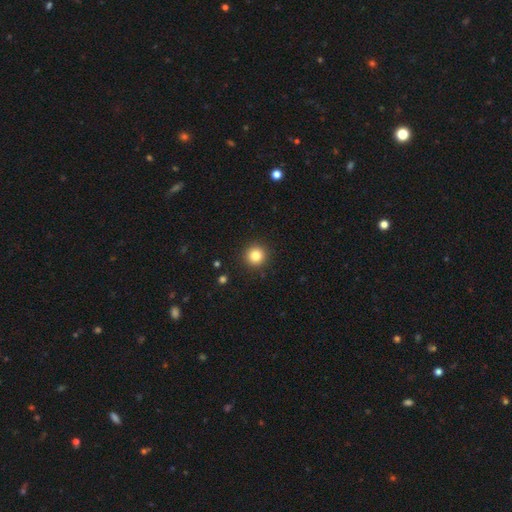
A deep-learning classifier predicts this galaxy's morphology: type=smooth (83%); roundness=round (95%); merging=none (92%).